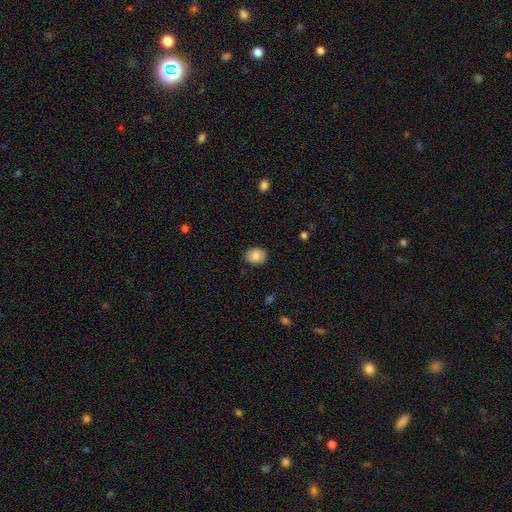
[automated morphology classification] Smooth or featured? smooth (86%)
How rounded? round (52%)
Merging? none (87%)